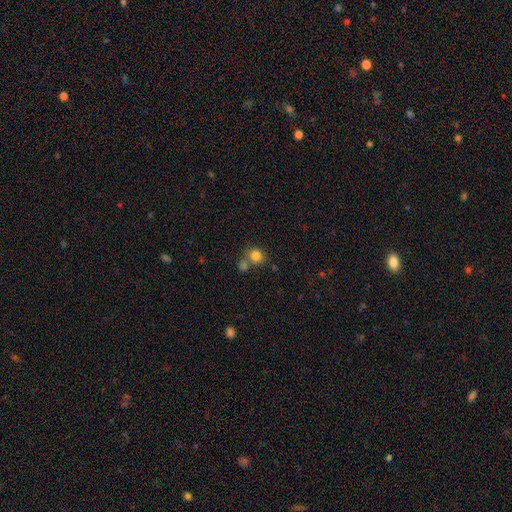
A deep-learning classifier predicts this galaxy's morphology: Smooth or featured? Predicted: smooth (p=0.82). How rounded? Predicted: round (p=0.82). Merging? Predicted: none (p=0.57).